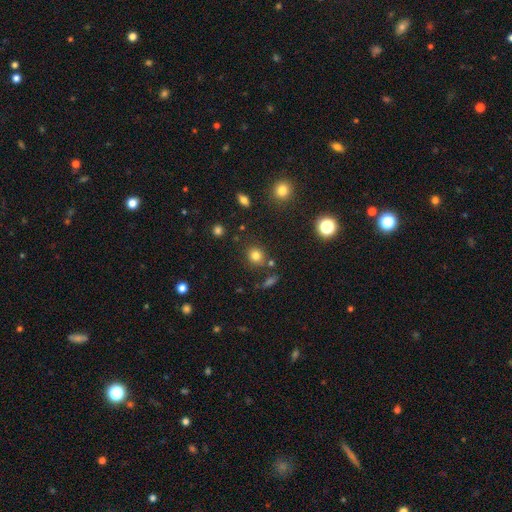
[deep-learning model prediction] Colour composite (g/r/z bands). It shows a smooth galaxy with no disk features (78%) that is round (80%). Merging: none (81%).